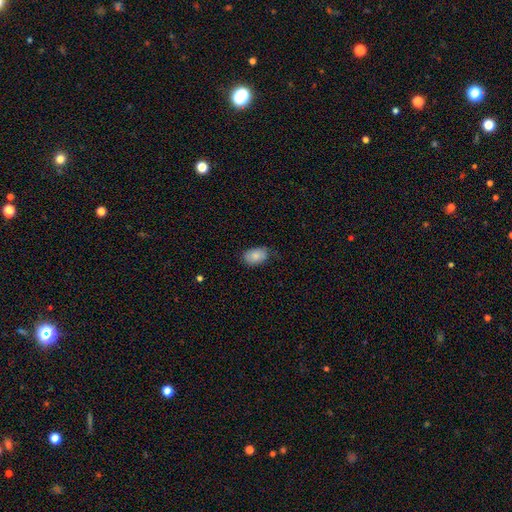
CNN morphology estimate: Smooth or featured? Predicted: smooth (p=0.83). How rounded? Predicted: in between (p=0.89). Merging? Predicted: none (p=0.71).